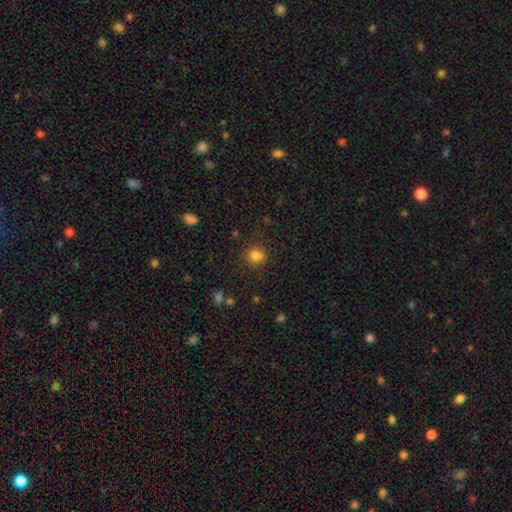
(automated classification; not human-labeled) The model was most divided on "how rounded": round: 80%, in between: 19%, cigar-shaped: 1%. More confident: smooth or featured — smooth (80%); merging — none (78%).